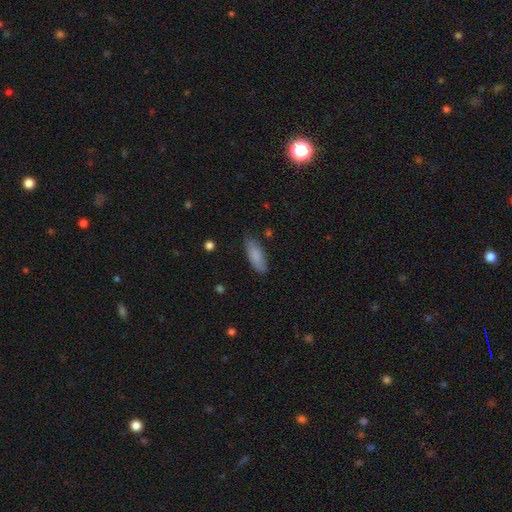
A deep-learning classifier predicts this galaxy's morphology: Overall: smooth (85%). How rounded: in between (66%; cigar-shaped 33%). Merging: none (80%).